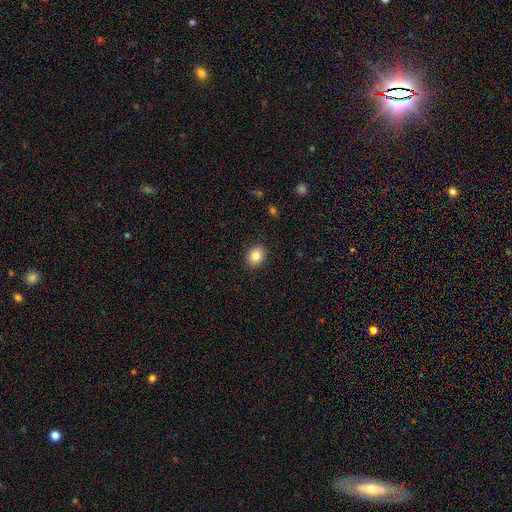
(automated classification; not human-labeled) The model was most divided on "how rounded": round: 50%, in between: 49%, cigar-shaped: 1%. More confident: merging — none (90%); smooth or featured — smooth (85%).